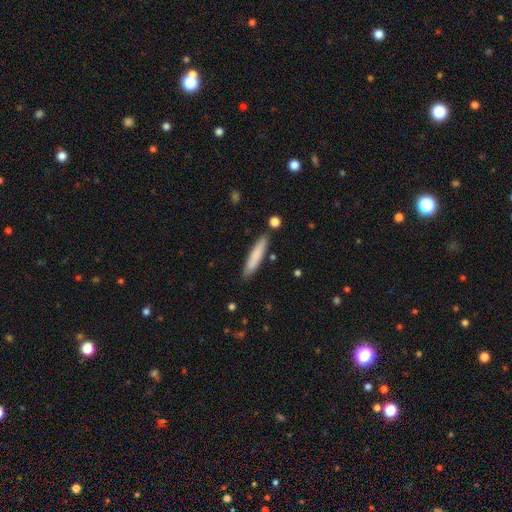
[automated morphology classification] smooth 78%, featured or disk 16%, star or artifact 6%. Down the decision tree: how rounded — cigar-shaped (89%); merging — none (84%).